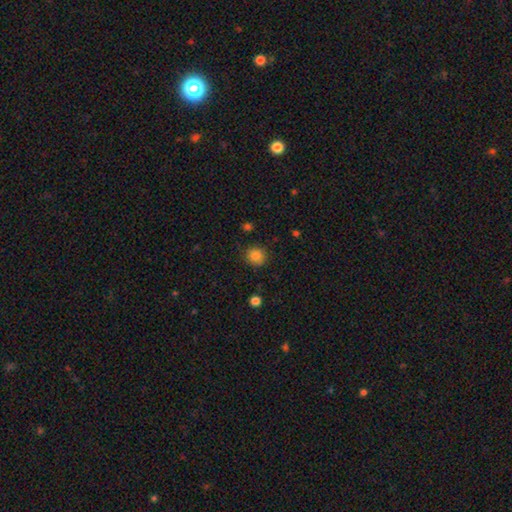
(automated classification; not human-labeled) Q: Smooth or featured?
A: smooth (84%); runner-up: star or artifact (11%)
Q: How rounded?
A: round (88%); runner-up: in between (11%)
Q: Merging?
A: none (87%); runner-up: minor disturbance (9%)